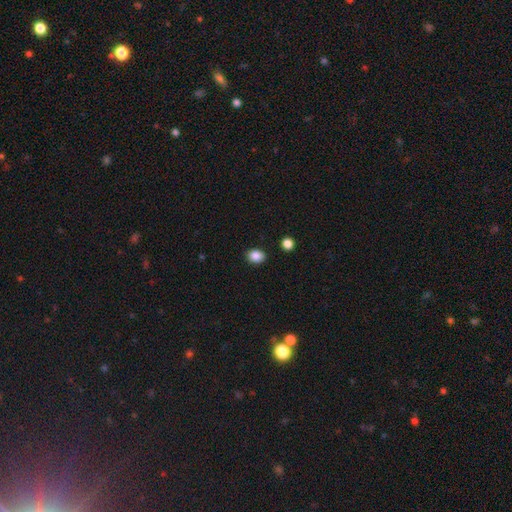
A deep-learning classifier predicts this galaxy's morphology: smooth-or-featured: smooth: 87% | star or artifact: 9% | featured or disk: 4%
  how-rounded: in between: 51% | round: 48% | cigar-shaped: 1%
  merging: none: 87% | minor disturbance: 8% | major disturbance: 2% | merger: 2%